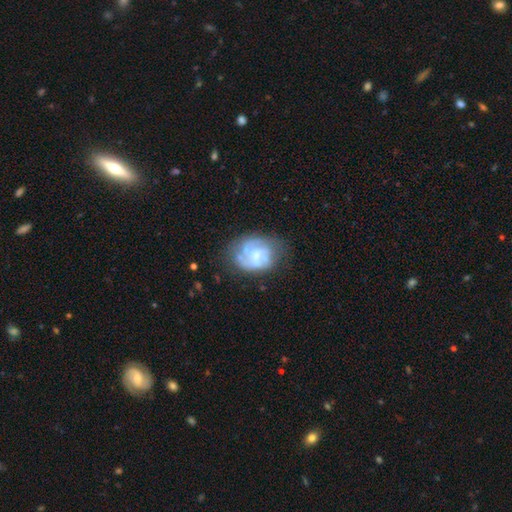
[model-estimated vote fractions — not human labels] smooth_or_featured: featured or disk (p=0.66) [alt: smooth p=0.26]
disk_edge_on: no (p=0.98) [alt: yes p=0.02]
bar: no (p=0.66) [alt: weak p=0.28]
has_spiral_arms: yes (p=0.57) [alt: no p=0.43]
bulge_size: moderate (p=0.36) [tied with: small p=0.36]
merging: none (p=0.50) [alt: minor disturbance p=0.26]